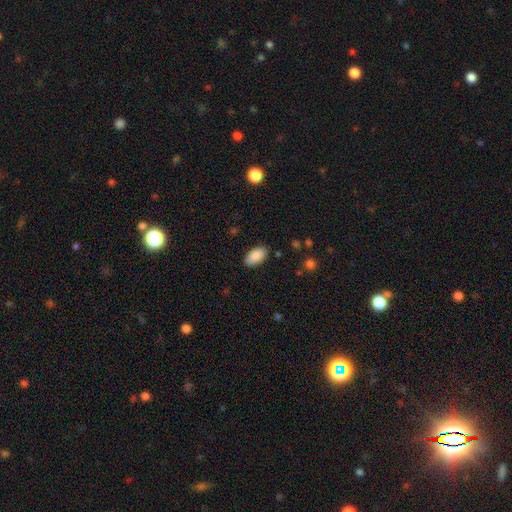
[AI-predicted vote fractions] Morphology: type=smooth (88%); roundness=in between (95%); merging=none (86%).